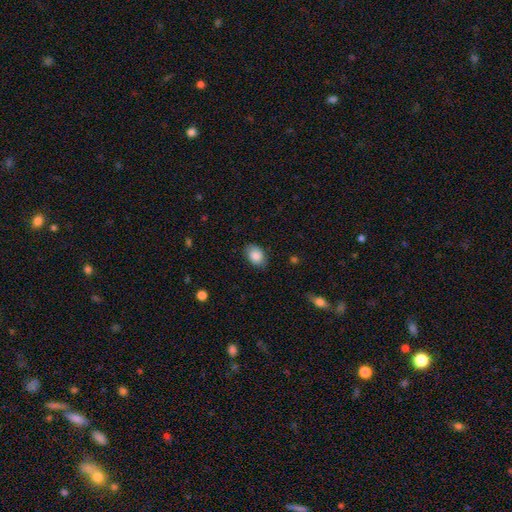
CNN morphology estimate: This appears to be a smooth galaxy with no disk features (85%) that is in between round and cigar-shaped (77%). Merging: none (79%).